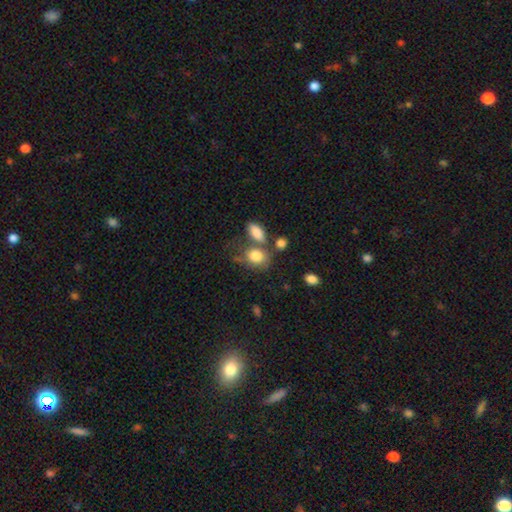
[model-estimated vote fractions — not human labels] The model was most divided on "merging": none: 43%, merger: 29%, minor disturbance: 19%, major disturbance: 10%. More confident: smooth or featured — smooth (81%); how rounded — in between (62%).